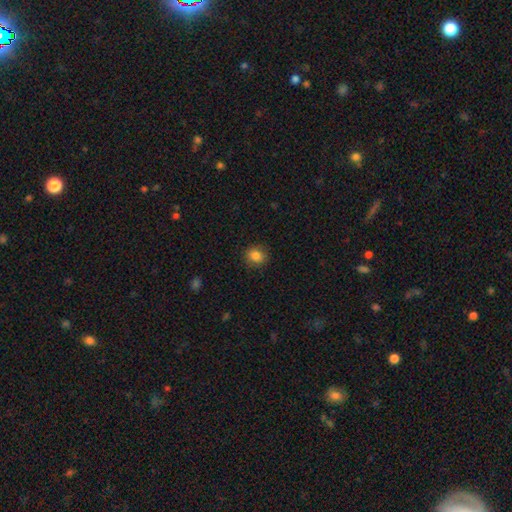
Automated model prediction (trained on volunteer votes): smooth_or_featured: smooth (p=0.84) [alt: star or artifact p=0.11]
how_rounded: round (p=0.79) [alt: in between p=0.20]
merging: none (p=0.88) [alt: minor disturbance p=0.08]